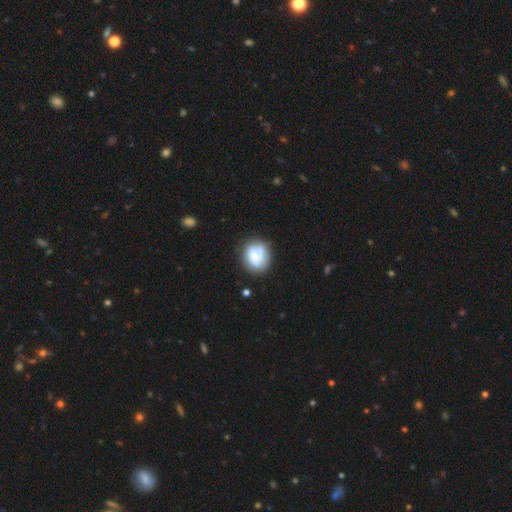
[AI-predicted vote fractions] smooth-or-featured: smooth: 56% | featured or disk: 35% | star or artifact: 9%
  how-rounded: round: 60% | in between: 39% | cigar-shaped: 1%
  merging: none: 60% | minor disturbance: 23% | major disturbance: 11% | merger: 7%